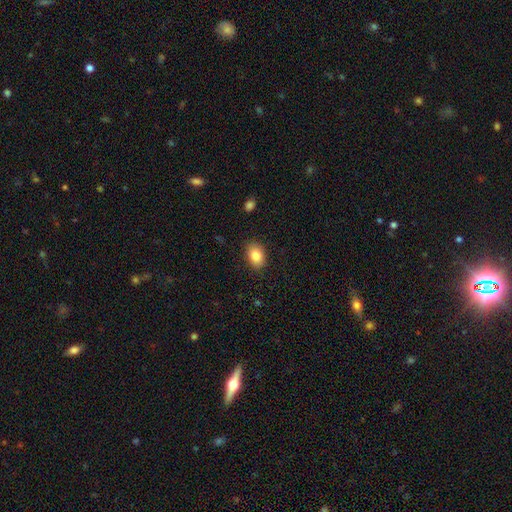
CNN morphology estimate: type=smooth (86%); roundness=in between (81%); merging=none (86%).